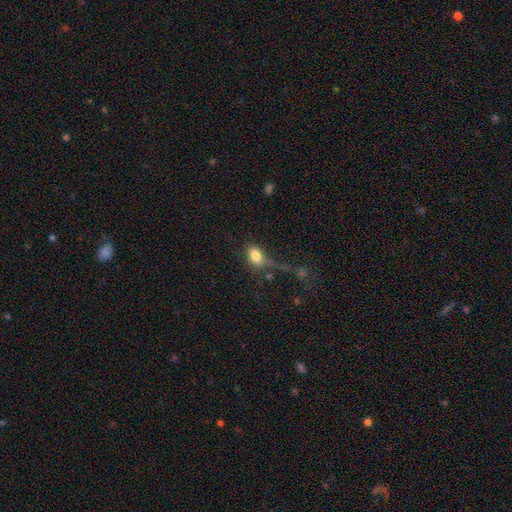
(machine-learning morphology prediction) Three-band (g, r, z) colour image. It shows a smooth galaxy with no disk features (80%) that is in between round and cigar-shaped (83%). Merging: none (42%).